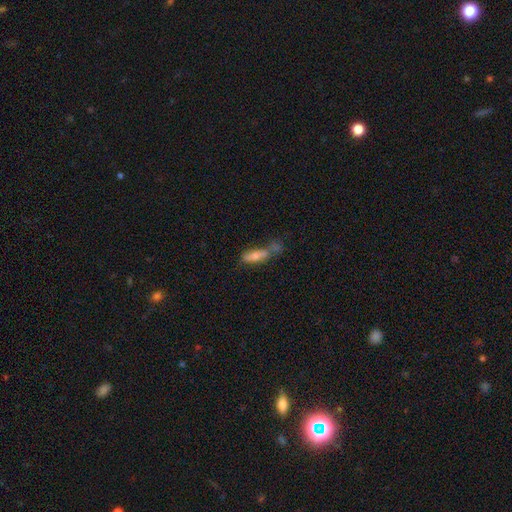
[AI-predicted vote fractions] Smooth or featured: smooth — 65% (featured or disk — 26%)
How rounded: cigar-shaped — 49% (in between — 48%)
Merging: merger — 33% (none — 30%)